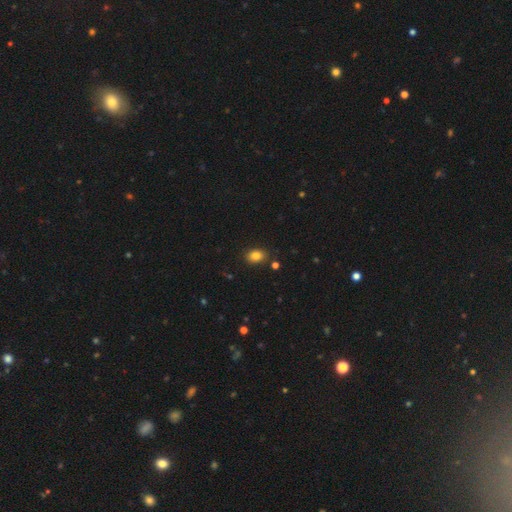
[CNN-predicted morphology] Smooth or featured? Predicted: smooth (p=0.84). How rounded? Predicted: in between (p=0.75). Merging? Predicted: none (p=0.85).